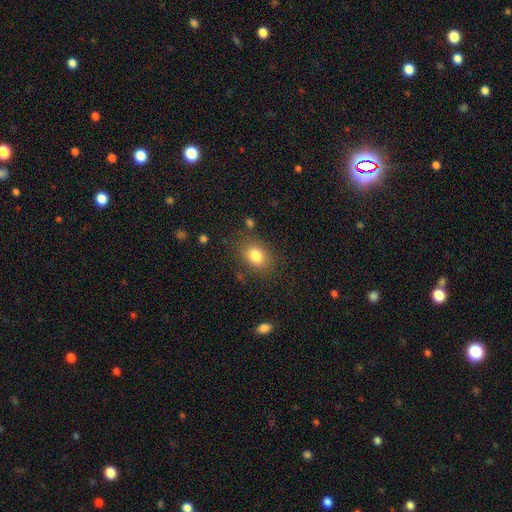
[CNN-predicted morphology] Smooth or featured? Predicted: smooth (p=0.81). How rounded? Predicted: in between (p=0.63). Merging? Predicted: none (p=0.80).